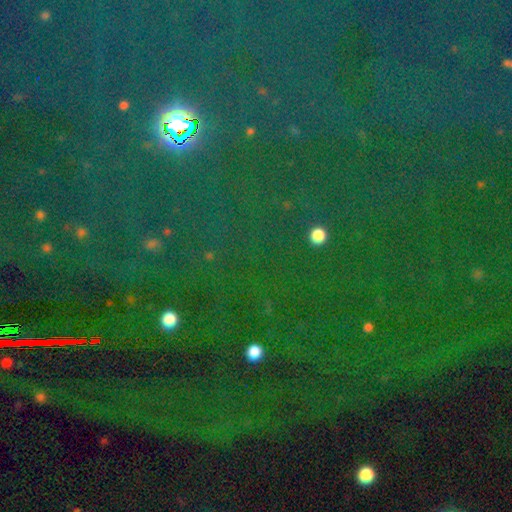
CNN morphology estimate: Overall: star or artifact (79%).